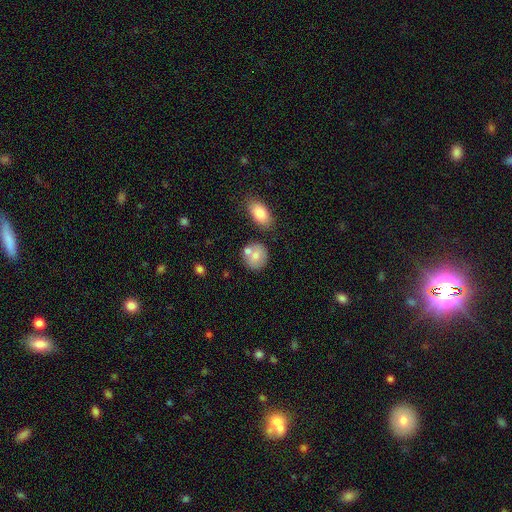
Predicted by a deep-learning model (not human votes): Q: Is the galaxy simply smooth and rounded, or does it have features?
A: smooth — 76%.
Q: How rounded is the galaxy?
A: round — 81%.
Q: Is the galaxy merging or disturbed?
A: none — 62%.